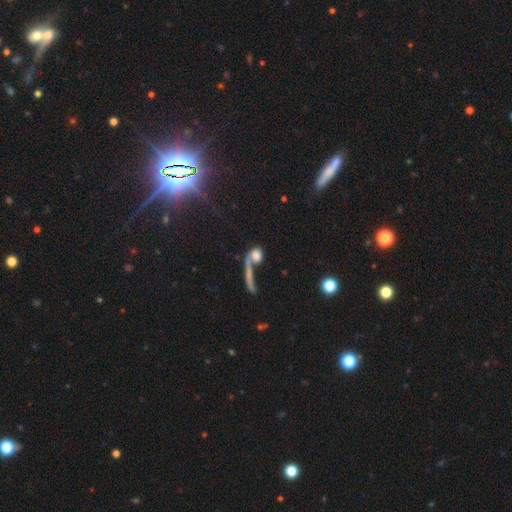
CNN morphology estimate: A smooth galaxy with no disk features (62%) that is round (52%).

Vote fractions:
- Smooth or featured? smooth: 62% / featured or disk: 24% / star or artifact: 13%
- How rounded? round: 52% / in between: 32% / cigar-shaped: 16%
- Merging? merger: 37% / none: 35% / major disturbance: 17% / minor disturbance: 11%